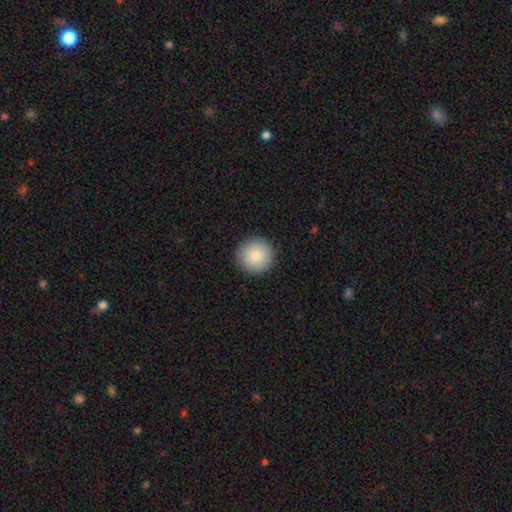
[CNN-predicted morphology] Smooth or featured?
  - smooth: 83% *
  - featured or disk: 9%
  - star or artifact: 8%
How rounded?
  - round: 96% *
  - in between: 3%
  - cigar-shaped: 1%
Merging?
  - none: 91% *
  - minor disturbance: 6%
  - major disturbance: 2%
  - merger: 1%